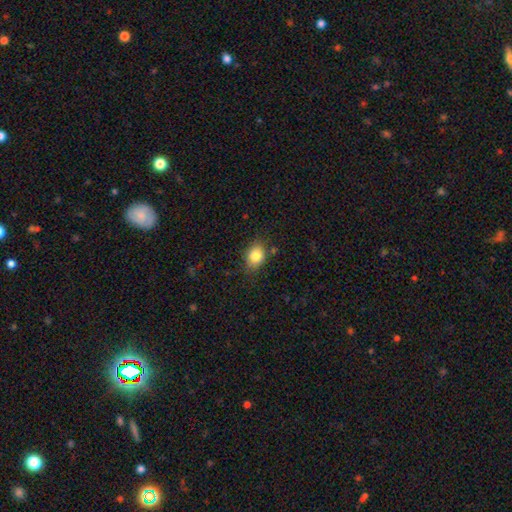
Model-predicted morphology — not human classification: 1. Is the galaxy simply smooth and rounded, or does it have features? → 83% smooth, 10% star or artifact, 8% featured or disk.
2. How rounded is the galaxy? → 59% in between, 40% round, 1% cigar-shaped.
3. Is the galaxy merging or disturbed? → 77% none, 17% minor disturbance, 4% major disturbance, 2% merger.